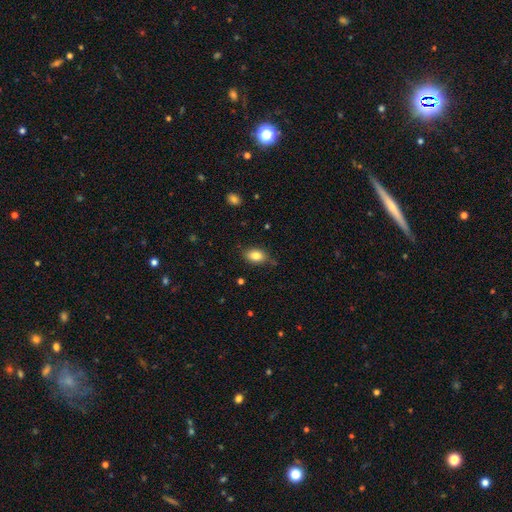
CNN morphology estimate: smooth 84%, star or artifact 8%, featured or disk 8%. Down the decision tree: how rounded — in between (85%); merging — none (77%).